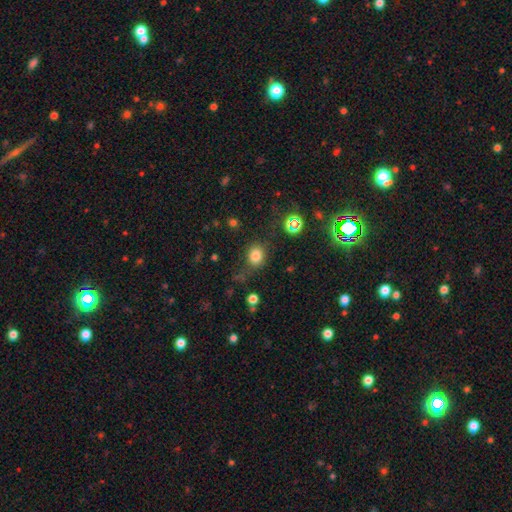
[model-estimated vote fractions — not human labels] smooth-or-featured: smooth: 77% | star or artifact: 16% | featured or disk: 7%
  how-rounded: round: 59% | in between: 40% | cigar-shaped: 1%
  merging: none: 74% | minor disturbance: 15% | major disturbance: 7% | merger: 4%